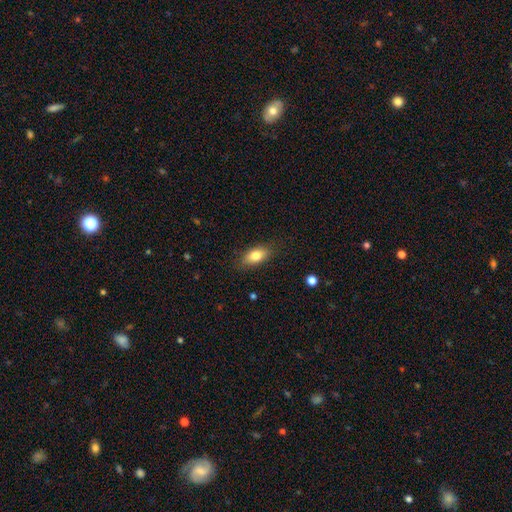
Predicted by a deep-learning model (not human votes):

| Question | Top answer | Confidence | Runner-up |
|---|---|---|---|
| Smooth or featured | smooth | 81% | featured or disk (11%) |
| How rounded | in between | 85% | cigar-shaped (9%) |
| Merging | none | 83% | minor disturbance (13%) |